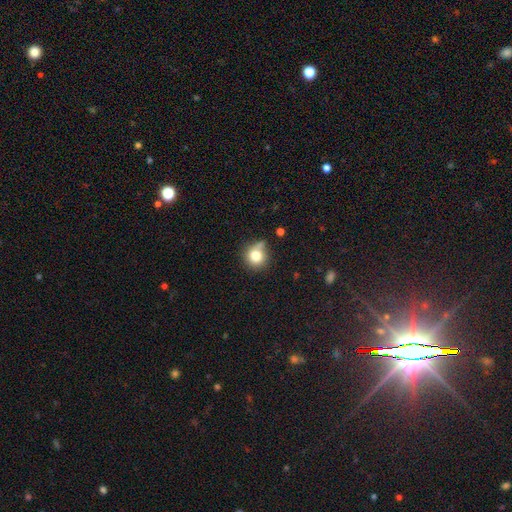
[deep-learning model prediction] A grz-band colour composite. It shows a smooth galaxy with no disk features (79%) that is round (88%). Merging: none (59%).